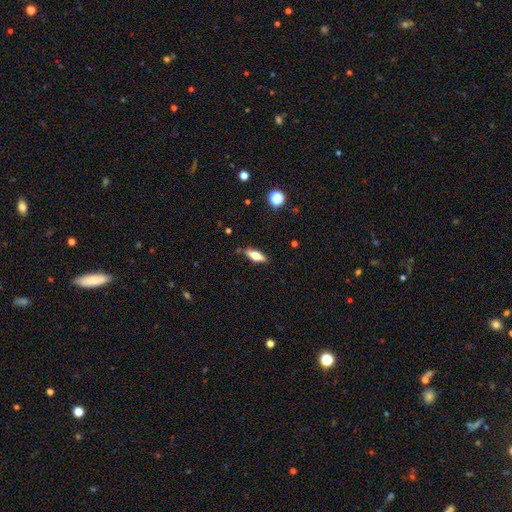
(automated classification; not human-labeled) Smooth or featured: smooth — 52% (featured or disk — 40%)
How rounded: in between — 57% (cigar-shaped — 40%)
Merging: none — 82% (minor disturbance — 13%)